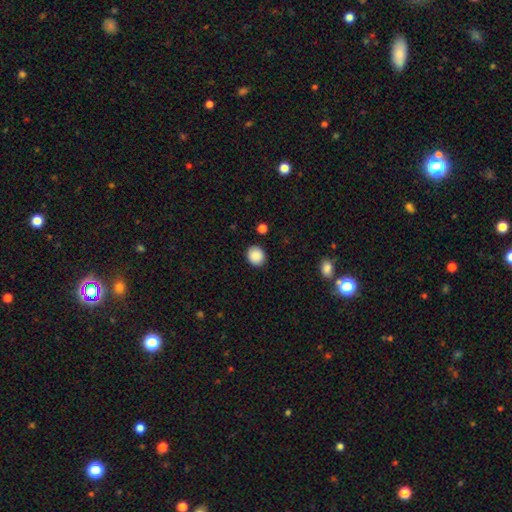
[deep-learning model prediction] The model was most divided on "how rounded": round: 79%, in between: 20%, cigar-shaped: 1%. More confident: smooth or featured — smooth (89%); merging — none (89%).